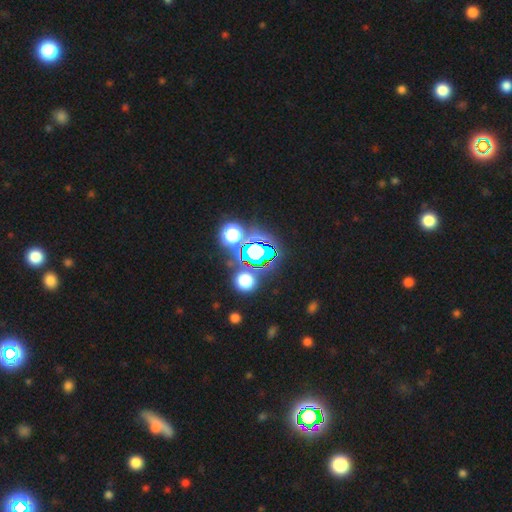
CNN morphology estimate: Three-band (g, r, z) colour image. It shows a star or artifact, not a galaxy (78%).